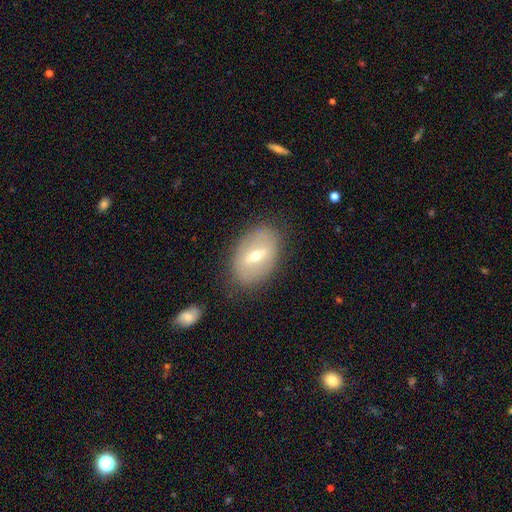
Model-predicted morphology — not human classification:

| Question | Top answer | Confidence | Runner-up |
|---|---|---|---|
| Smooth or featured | featured or disk | 55% | smooth (37%) |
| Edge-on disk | no | 85% | yes (15%) |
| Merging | none | 80% | minor disturbance (13%) |